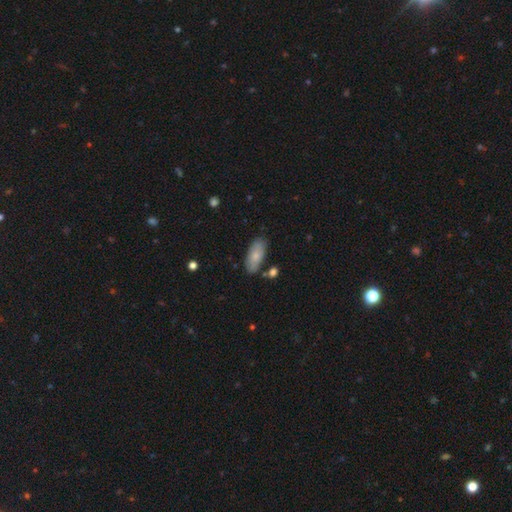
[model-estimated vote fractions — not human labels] Overall: smooth (79%). How rounded: in between (87%). Merging: none (77%).